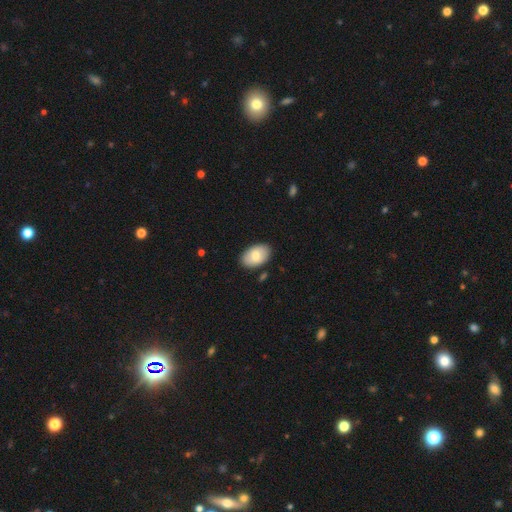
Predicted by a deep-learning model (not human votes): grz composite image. It shows a smooth galaxy with no disk features (75%) that is in between round and cigar-shaped (92%). Merging: none (86%).